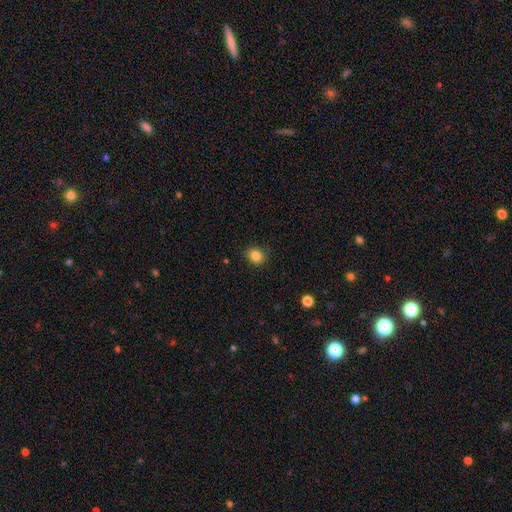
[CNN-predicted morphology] smooth_or_featured: smooth (p=0.84) [alt: star or artifact p=0.11]
how_rounded: round (p=0.79) [alt: in between p=0.20]
merging: none (p=0.83) [alt: minor disturbance p=0.12]